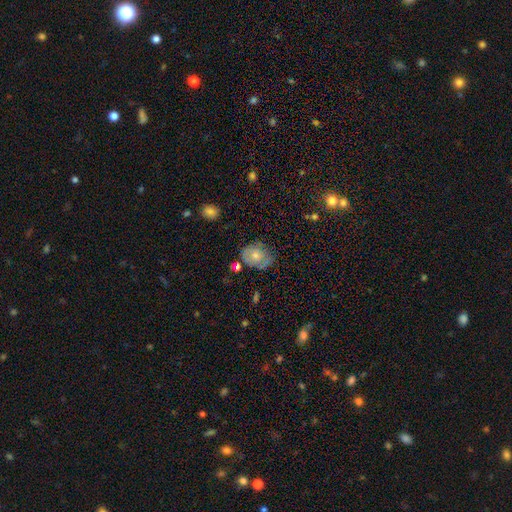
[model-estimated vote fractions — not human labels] A smooth galaxy with no disk features (58%) that is in between round and cigar-shaped (58%). Merging: none (56%).